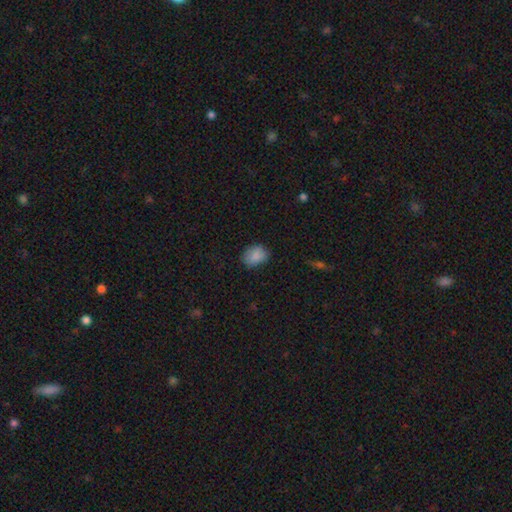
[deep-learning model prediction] Smooth or featured? smooth (87%)
How rounded? in between (64%)
Merging? none (78%)